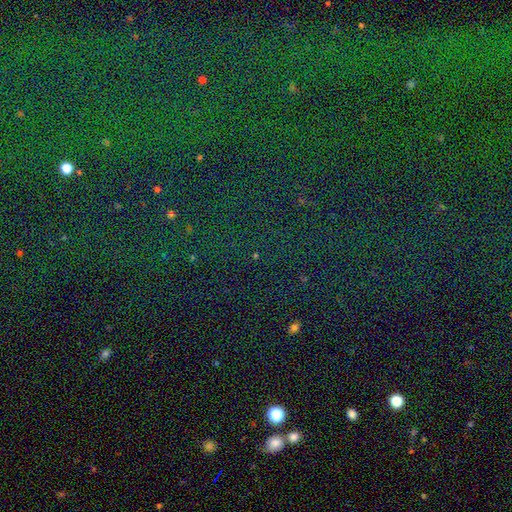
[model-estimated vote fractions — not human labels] Smooth or featured? star or artifact (73%)